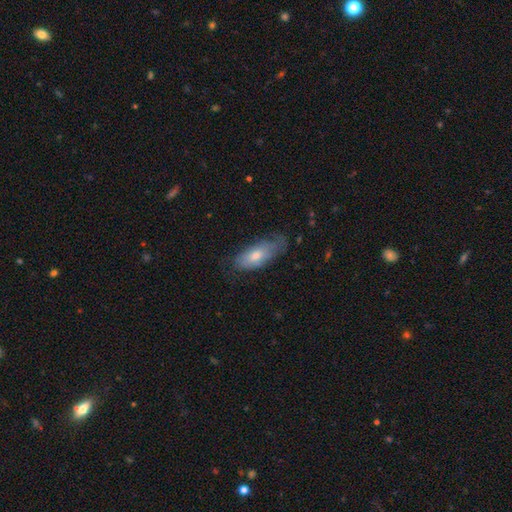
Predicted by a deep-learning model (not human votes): Smooth or featured?
  - smooth: 59% *
  - featured or disk: 34%
  - star or artifact: 7%
How rounded?
  - in between: 77% *
  - cigar-shaped: 21%
  - round: 2%
Merging?
  - none: 55% *
  - minor disturbance: 33%
  - major disturbance: 11%
  - merger: 2%